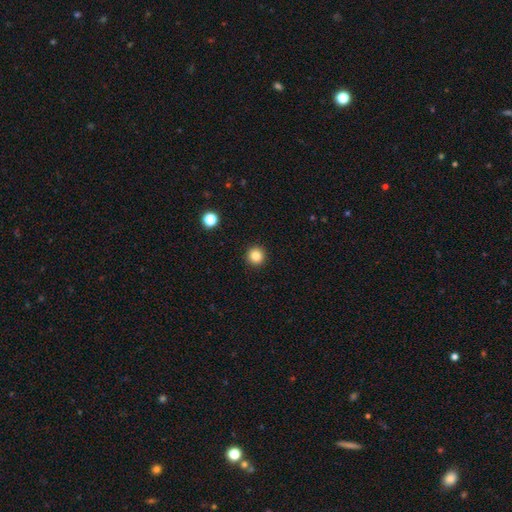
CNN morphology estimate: This appears to be a smooth galaxy with no disk features (83%) that is round (96%). Merging: none (93%).